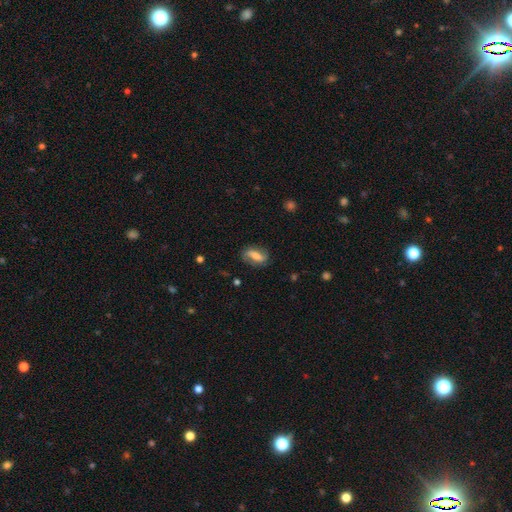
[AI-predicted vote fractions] Q: Smooth or featured?
A: featured or disk (47%); runner-up: smooth (44%)
Q: Merging?
A: none (76%); runner-up: minor disturbance (17%)